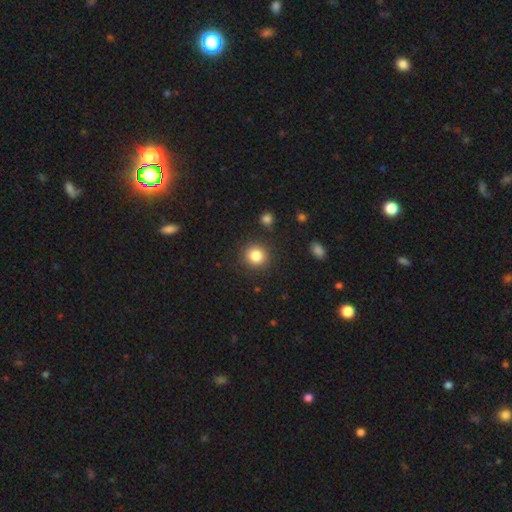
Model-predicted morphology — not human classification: Q: Smooth or featured?
A: smooth (83%); runner-up: star or artifact (11%)
Q: How rounded?
A: round (91%); runner-up: in between (8%)
Q: Merging?
A: none (88%); runner-up: minor disturbance (7%)